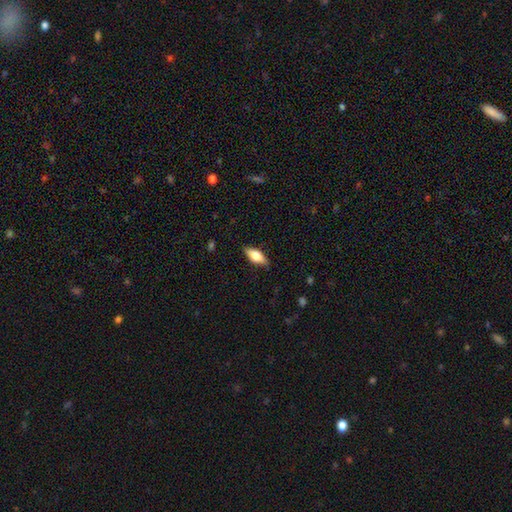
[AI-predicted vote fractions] This is likely a smooth galaxy (63%). How rounded: likely in between (78%). Merging: clearly none (83%).